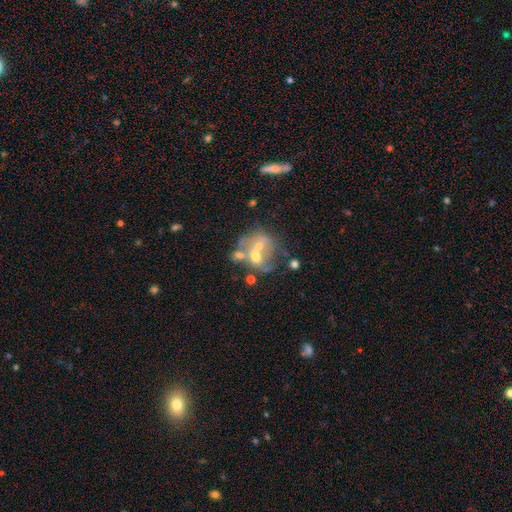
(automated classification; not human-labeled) Smooth or featured? featured or disk (53%)
Edge-on disk? no (97%)
Bar? no (83%)
Spiral arms? no (86%)
Bulge size? moderate (54%)
Merging? merger (54%)